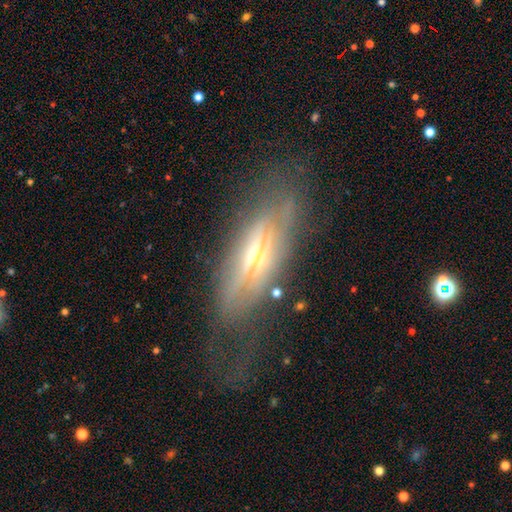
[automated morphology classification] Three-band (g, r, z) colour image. It shows a featured or disk galaxy (71%) viewed edge-on (84%) with a rounded central bulge (80%). Merging: none (64%).